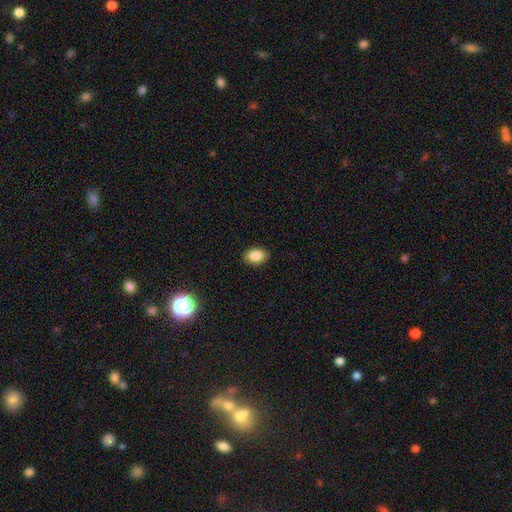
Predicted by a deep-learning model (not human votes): smooth_or_featured: smooth (p=0.86) [alt: star or artifact p=0.08]
how_rounded: in between (p=0.84) [alt: round p=0.14]
merging: none (p=0.89) [alt: minor disturbance p=0.08]